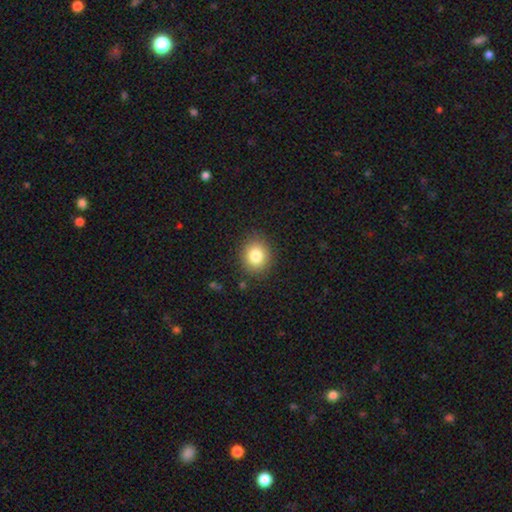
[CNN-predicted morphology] Smooth or featured? Predicted: smooth (p=0.82). How rounded? Predicted: round (p=0.74). Merging? Predicted: none (p=0.88).